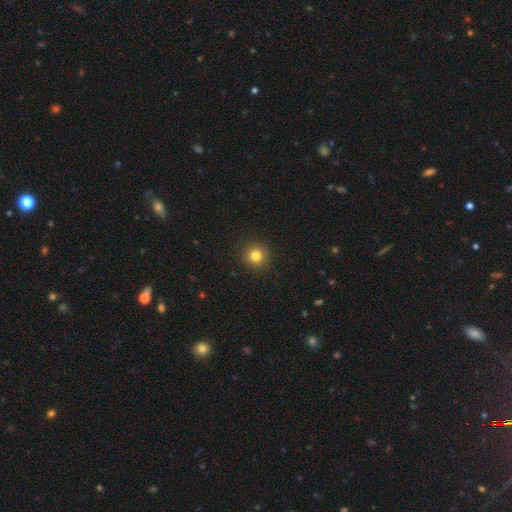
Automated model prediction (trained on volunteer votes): smooth 81%, star or artifact 13%, featured or disk 6%. Down the decision tree: how rounded — round (94%); merging — none (92%).